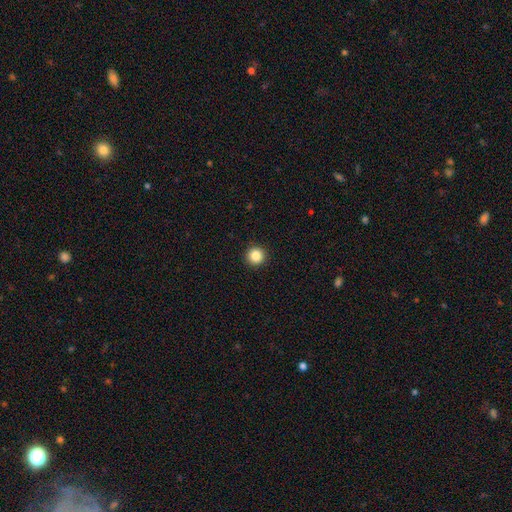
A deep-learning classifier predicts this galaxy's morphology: Smooth or featured?
  - smooth: 86% *
  - star or artifact: 10%
  - featured or disk: 4%
How rounded?
  - round: 96% *
  - in between: 3%
  - cigar-shaped: 1%
Merging?
  - none: 94% *
  - minor disturbance: 4%
  - major disturbance: 1%
  - merger: 1%